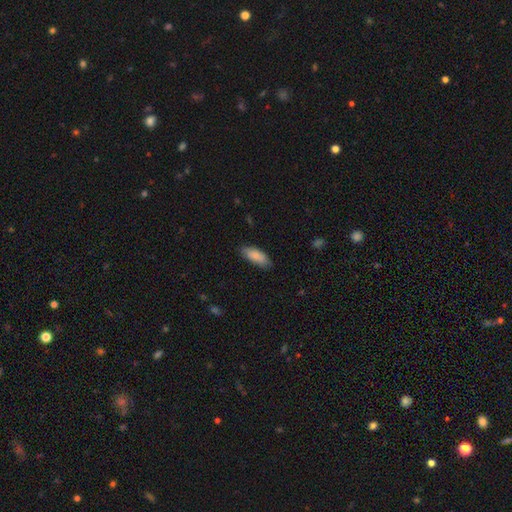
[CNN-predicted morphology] Overall: smooth (86%). How rounded: in between (78%). Merging: none (79%).